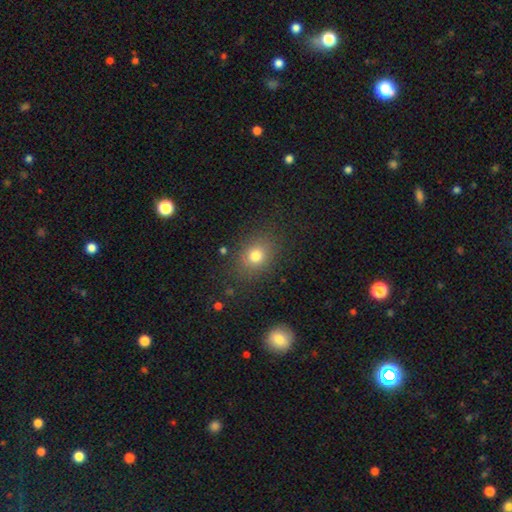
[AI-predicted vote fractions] smooth_or_featured: smooth (p=0.77) [alt: star or artifact p=0.14]
how_rounded: round (p=0.56) [alt: in between p=0.43]
merging: none (p=0.84) [alt: minor disturbance p=0.10]